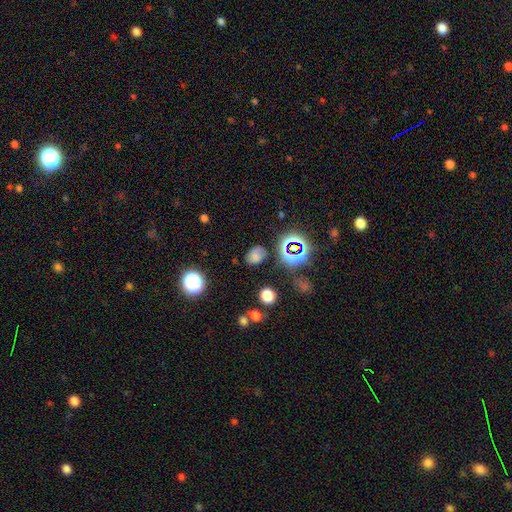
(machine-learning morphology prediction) type=smooth (60%); roundness=in between (65%); merging=none (68%).